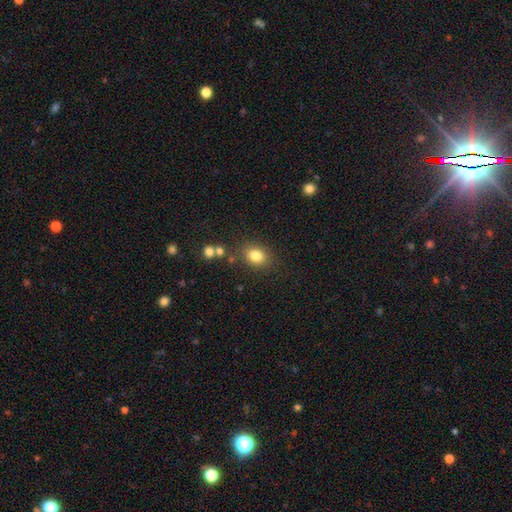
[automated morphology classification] Smooth or featured? smooth (82%)
How rounded? in between (55%)
Merging? none (81%)